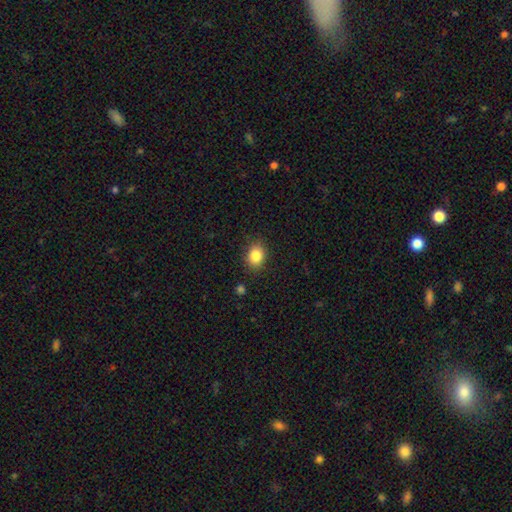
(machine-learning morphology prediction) A smooth galaxy with no disk features (85%) that is in between round and cigar-shaped (54%). Merging: none (86%).